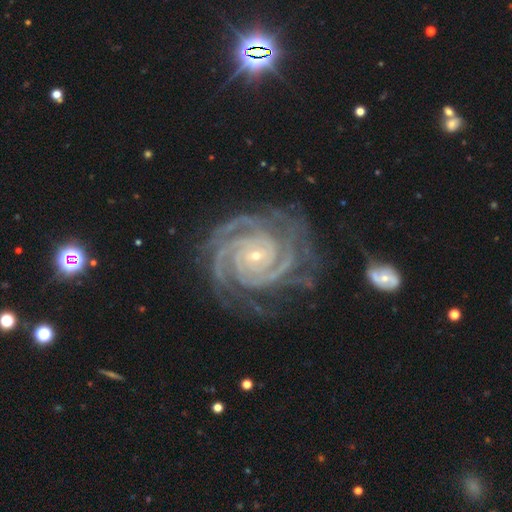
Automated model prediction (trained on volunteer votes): This is clearly a featured or disk galaxy (93%). It is clearly not viewed edge-on (98%). Bar: likely no (66%). Spiral arm pattern: clearly yes (99%). Spiral arm count: marginally 4 (27%). Spiral winding: clearly tight (83%). Central bulge: clearly small (83%). Merging: likely none (67%).